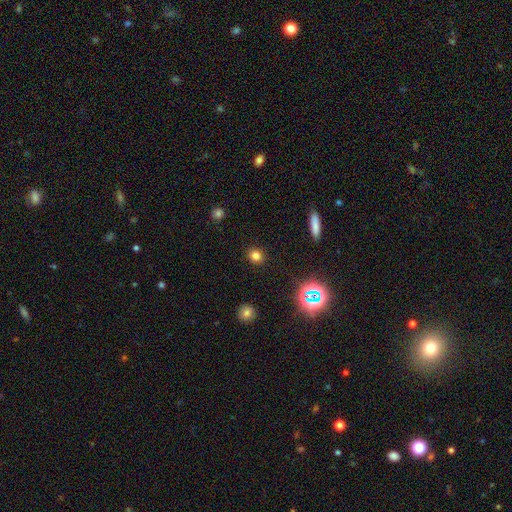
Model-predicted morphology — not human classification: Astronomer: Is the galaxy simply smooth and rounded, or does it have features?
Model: smooth — 76%.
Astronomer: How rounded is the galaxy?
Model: round — 76%.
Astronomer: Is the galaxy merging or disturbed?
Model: none — 90%.